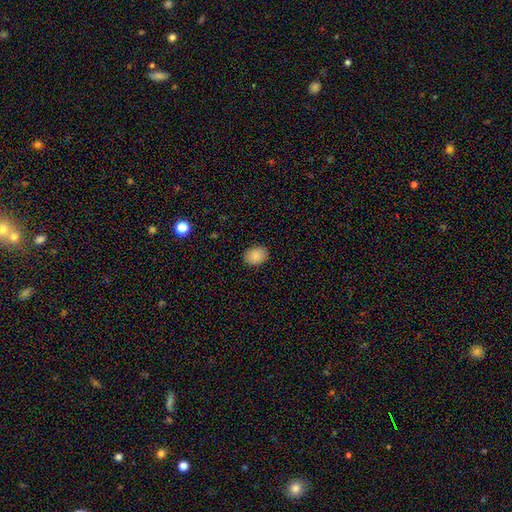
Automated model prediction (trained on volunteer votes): A smooth galaxy with no disk features (88%) that is in between round and cigar-shaped (65%). Merging: none (89%).